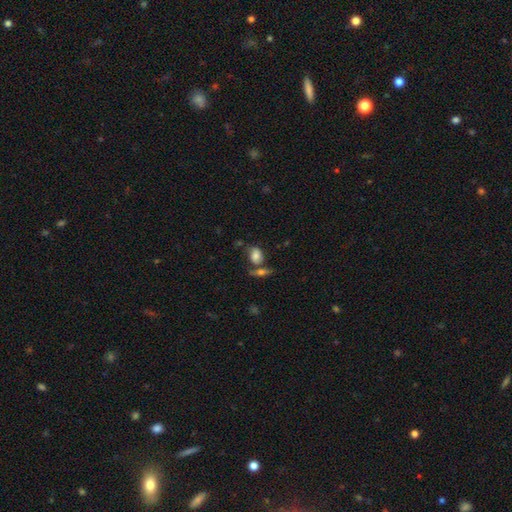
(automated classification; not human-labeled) smooth-or-featured: smooth: 69% | featured or disk: 21% | star or artifact: 10%
  how-rounded: in between: 73% | round: 25% | cigar-shaped: 2%
  merging: none: 45% | merger: 27% | minor disturbance: 19% | major disturbance: 9%